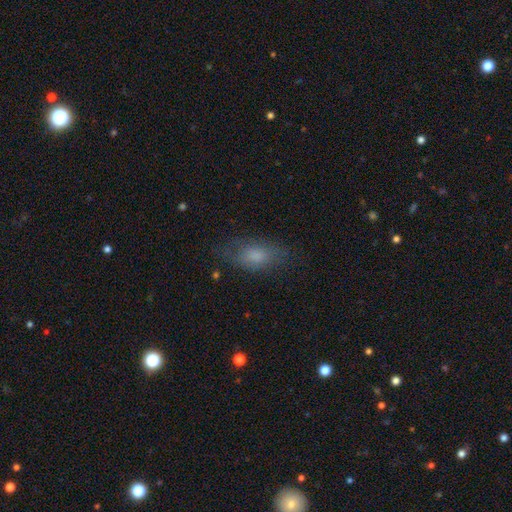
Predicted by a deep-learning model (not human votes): smooth-or-featured: smooth: 72% | featured or disk: 18% | star or artifact: 9%
  how-rounded: in between: 84% | cigar-shaped: 10% | round: 6%
  merging: none: 68% | minor disturbance: 21% | major disturbance: 10% | merger: 1%